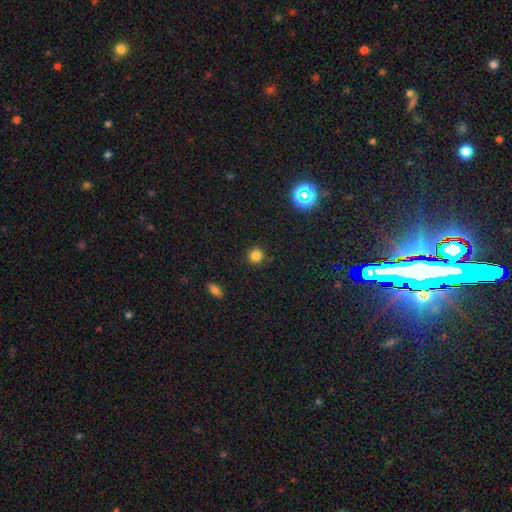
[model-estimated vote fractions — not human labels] A smooth galaxy with no disk features (80%) that is round (94%). Merging: none (87%).